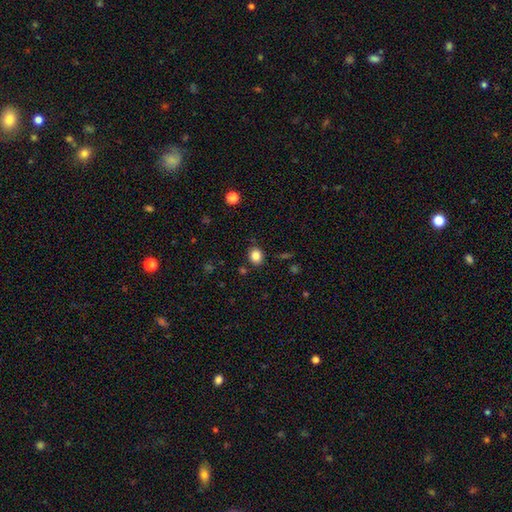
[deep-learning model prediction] A smooth galaxy with no disk features (85%) that is round (63%). Merging: none (83%).